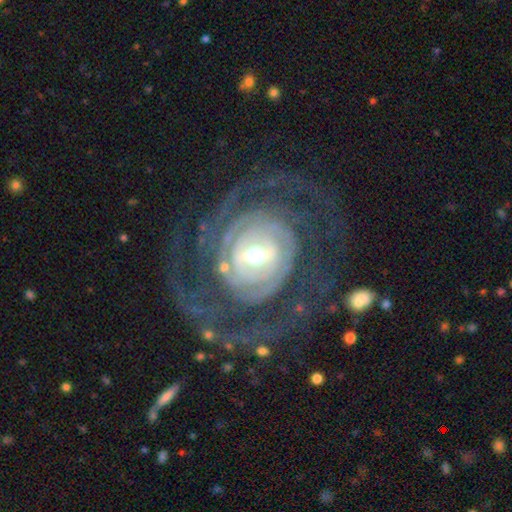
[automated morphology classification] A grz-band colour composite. It shows a featured or disk galaxy (83%) with no bar (52%), 2 (36%) tight (59%) spiral arms (80%) and a moderate central bulge (67%). Merging: none (58%).